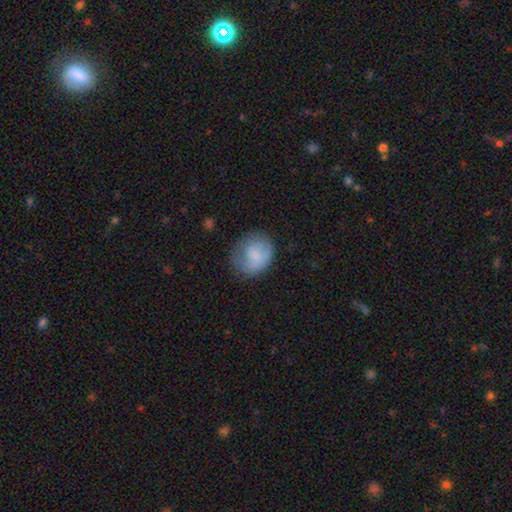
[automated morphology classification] This is likely a smooth galaxy (71%). How rounded: likely round (69%). Merging: possibly none (57%).